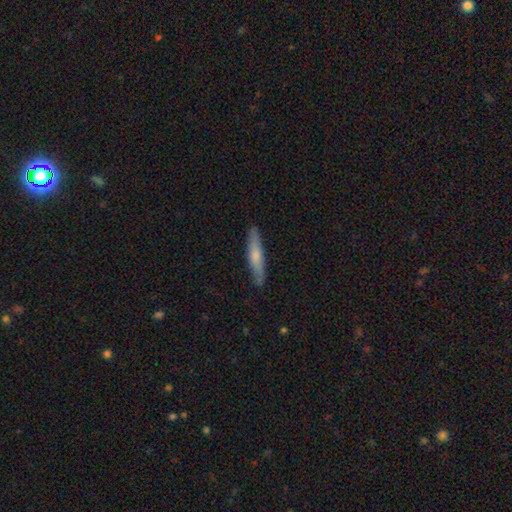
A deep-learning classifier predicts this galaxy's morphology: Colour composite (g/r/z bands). It shows a smooth galaxy with no disk features (61%) that is cigar-shaped (90%). Merging: none (88%).